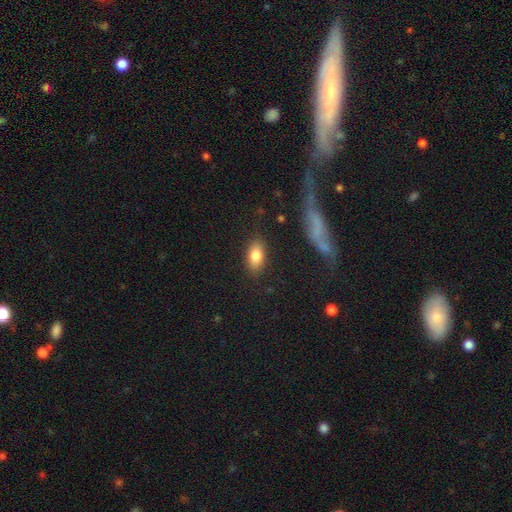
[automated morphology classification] smooth_or_featured: smooth (p=0.82) [alt: featured or disk p=0.11]
how_rounded: in between (p=0.89) [alt: round p=0.07]
merging: none (p=0.84) [alt: minor disturbance p=0.11]